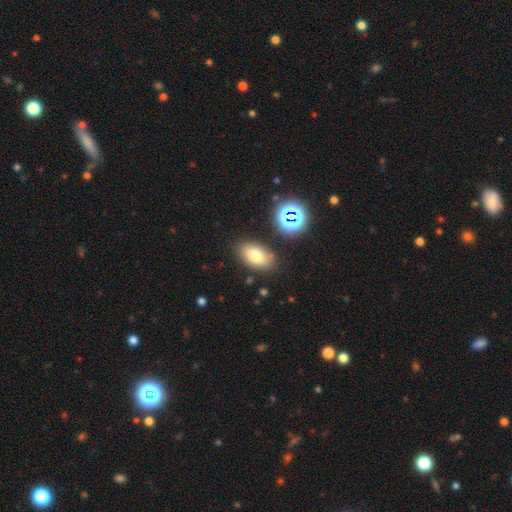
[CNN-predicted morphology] Smooth or featured? Predicted: smooth (p=0.75). How rounded? Predicted: in between (p=0.90). Merging? Predicted: none (p=0.82).